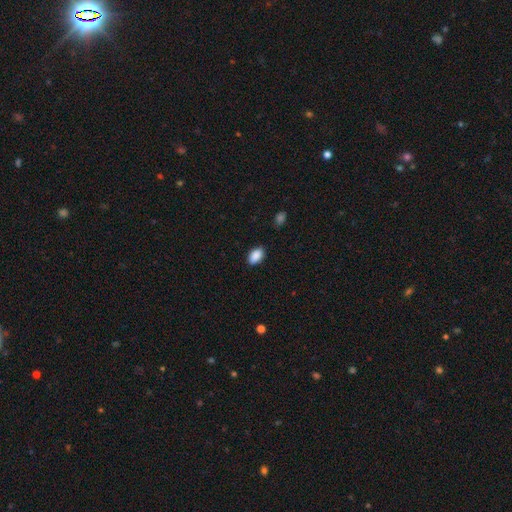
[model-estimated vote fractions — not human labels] smooth 89%, star or artifact 7%, featured or disk 3%. Down the decision tree: how rounded — in between (92%); merging — none (85%).